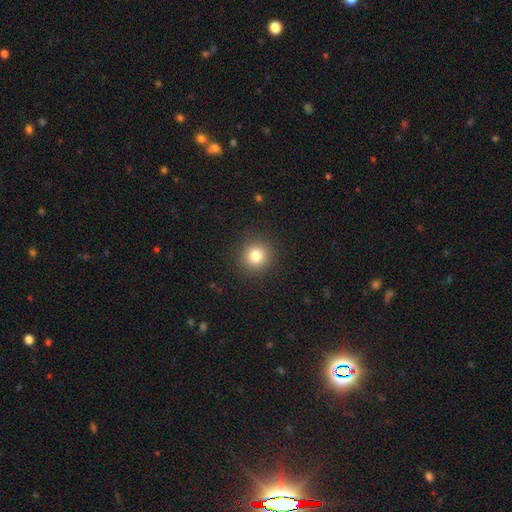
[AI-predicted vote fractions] A smooth galaxy with no disk features (81%) that is round (93%). Merging: none (91%).